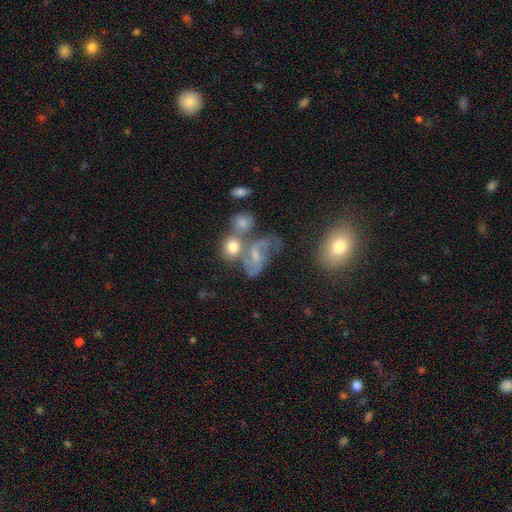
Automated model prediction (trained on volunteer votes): Q: Smooth or featured?
A: featured or disk (61%); runner-up: smooth (27%)
Q: Edge-on disk?
A: no (96%); runner-up: yes (4%)
Q: Bar?
A: no (45%); runner-up: weak (42%)
Q: Spiral arms?
A: yes (83%); runner-up: no (17%)
Q: Bulge size?
A: small (49%); runner-up: moderate (37%)
Q: Merging?
A: merger (35%); runner-up: none (31%)